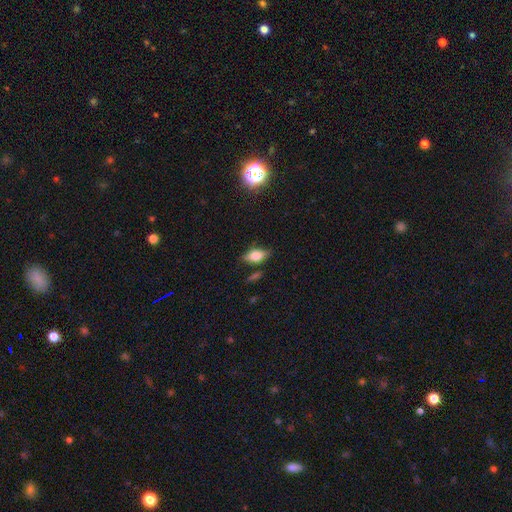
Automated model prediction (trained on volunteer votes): smooth-or-featured: smooth: 63% | featured or disk: 27% | star or artifact: 10%
  how-rounded: in between: 82% | cigar-shaped: 11% | round: 7%
  merging: none: 74% | minor disturbance: 17% | major disturbance: 4% | merger: 4%